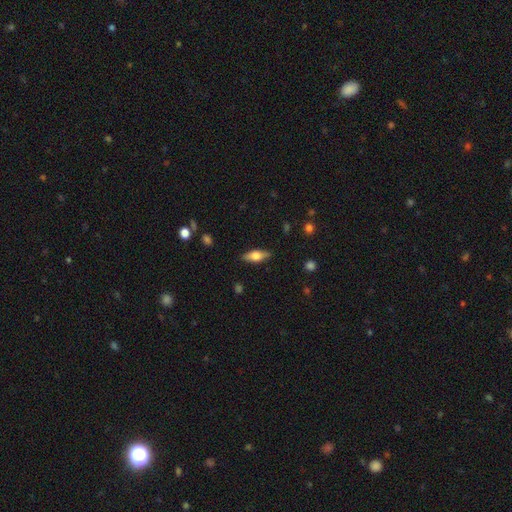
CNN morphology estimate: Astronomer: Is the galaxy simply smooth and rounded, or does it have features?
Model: smooth — 52% (runner-up: featured or disk, 42%).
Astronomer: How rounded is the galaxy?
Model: in between — 64%.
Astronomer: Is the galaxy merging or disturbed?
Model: none — 86%.